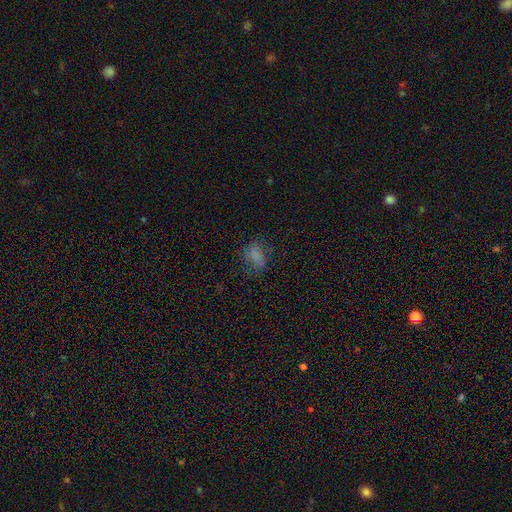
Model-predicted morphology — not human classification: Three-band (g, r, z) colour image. It shows a smooth galaxy with no disk features (68%) that is in between round and cigar-shaped (76%). Merging: none (60%).